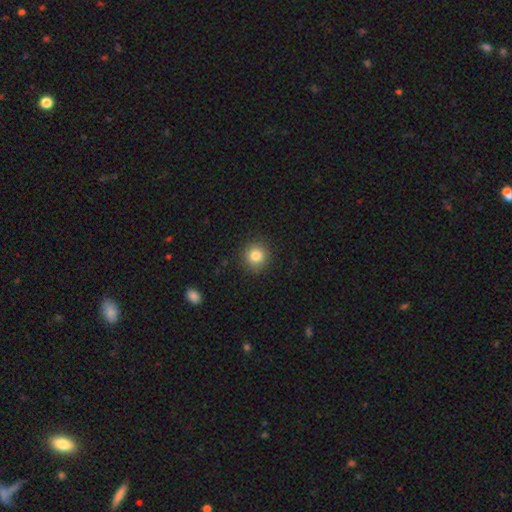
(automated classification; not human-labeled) Morphology: type=smooth (83%); roundness=round (93%); merging=none (91%).